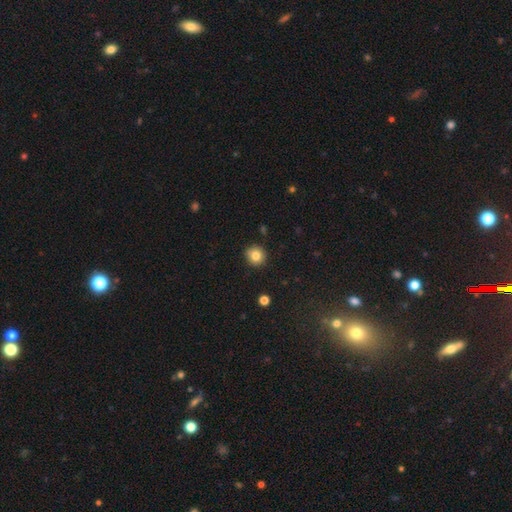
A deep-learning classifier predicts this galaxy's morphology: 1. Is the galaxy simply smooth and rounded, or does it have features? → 82% smooth, 10% star or artifact, 7% featured or disk.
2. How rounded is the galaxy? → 91% round, 8% in between, 1% cigar-shaped.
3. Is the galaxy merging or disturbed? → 90% none, 7% minor disturbance, 2% major disturbance, 1% merger.